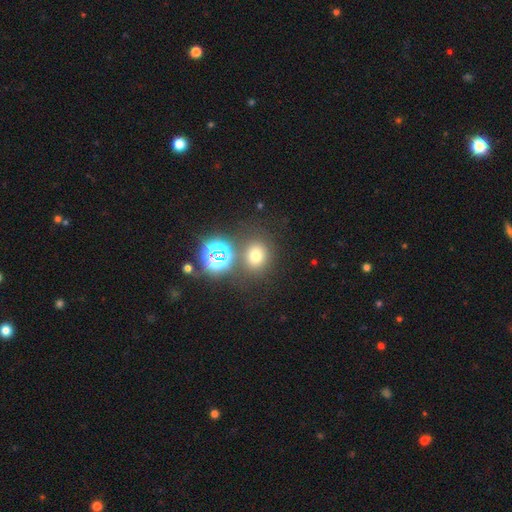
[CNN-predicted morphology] Smooth or featured?
  - smooth: 64% *
  - star or artifact: 27%
  - featured or disk: 8%
How rounded?
  - round: 70% *
  - in between: 28%
  - cigar-shaped: 1%
Merging?
  - none: 74% *
  - merger: 13%
  - minor disturbance: 9%
  - major disturbance: 4%